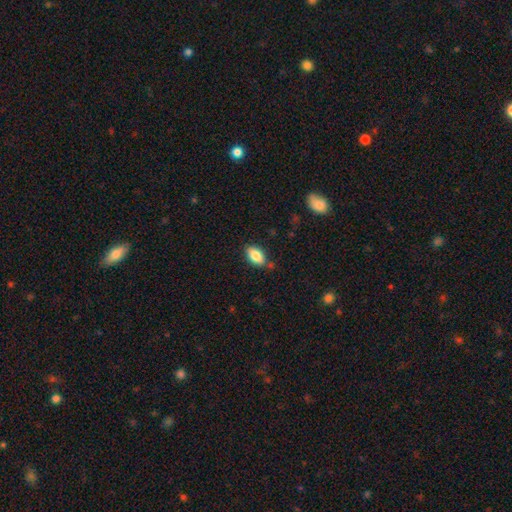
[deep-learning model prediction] This appears to be a smooth galaxy with no disk features (82%) that is in between round and cigar-shaped (91%). Merging: none (78%).